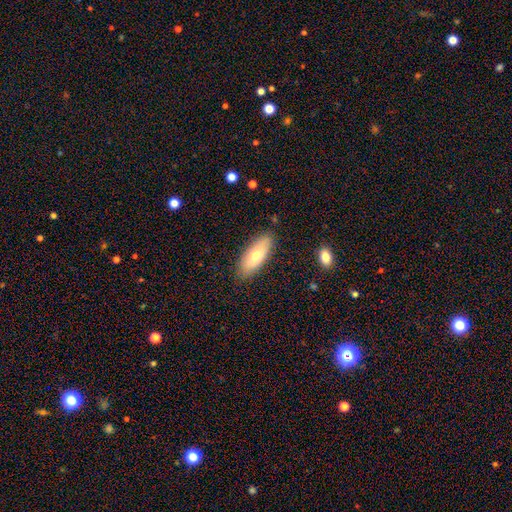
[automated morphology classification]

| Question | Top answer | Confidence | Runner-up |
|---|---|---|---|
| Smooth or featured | smooth | 70% | featured or disk (24%) |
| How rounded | in between | 75% | cigar-shaped (23%) |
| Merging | none | 85% | minor disturbance (11%) |